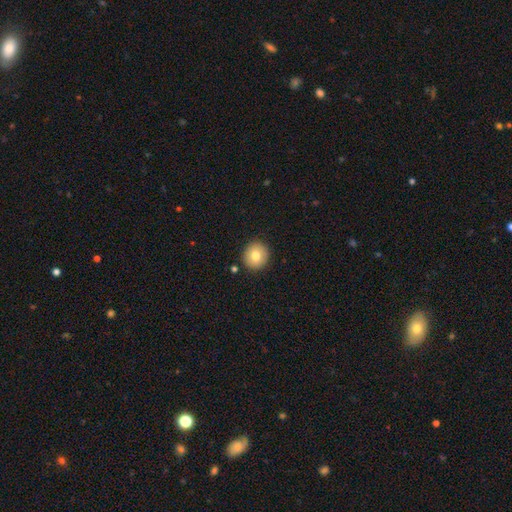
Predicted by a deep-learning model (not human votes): Smooth or featured: smooth — 77% (featured or disk — 13%)
How rounded: round — 90% (in between — 9%)
Merging: none — 90% (minor disturbance — 6%)